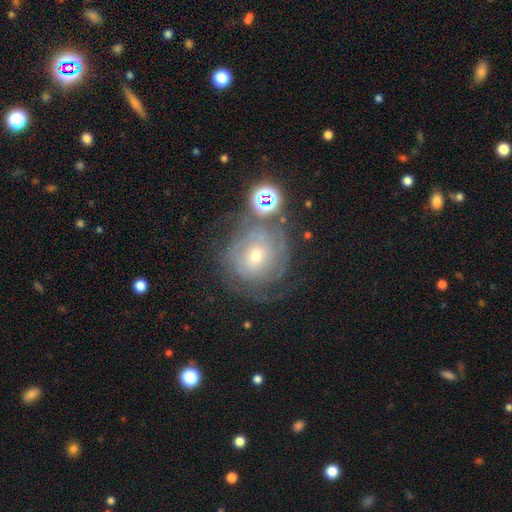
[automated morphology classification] type=featured or disk (76%); edge-on=no (97%); bar=no (63%); spiral arms=yes (91%); winding=tight (71%); arm count=can't tell (45%); bulge=moderate (48%); merging=none (65%).